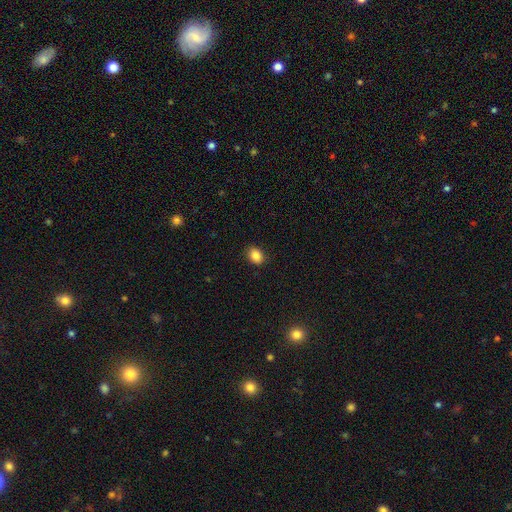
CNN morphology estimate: type=smooth (86%); roundness=in between (58%); merging=none (89%).